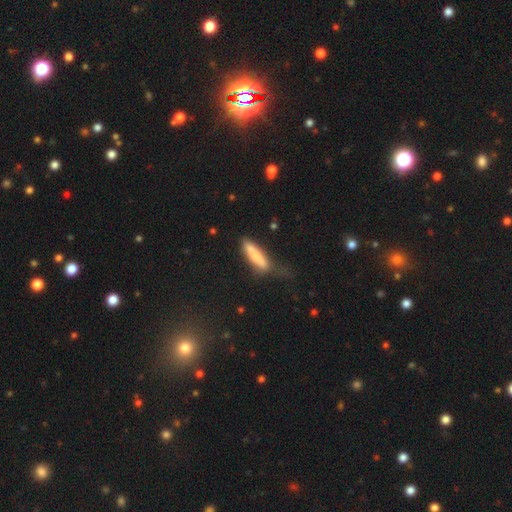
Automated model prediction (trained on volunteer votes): The model was most divided on "merging": none: 46%, minor disturbance: 32%, major disturbance: 17%, merger: 5%. More confident: smooth or featured — smooth (76%); how rounded — cigar-shaped (75%).